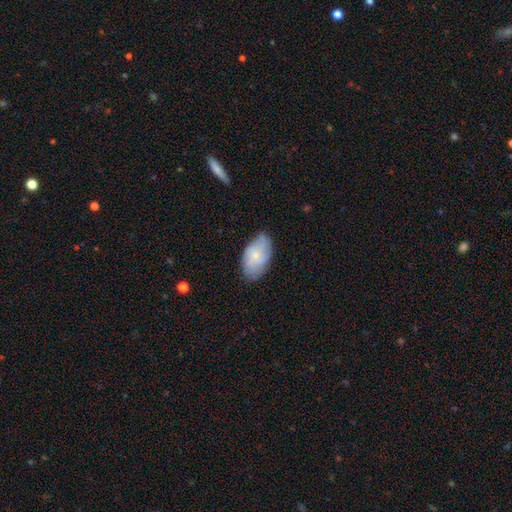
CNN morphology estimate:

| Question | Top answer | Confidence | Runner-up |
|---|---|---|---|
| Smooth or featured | smooth | 68% | featured or disk (26%) |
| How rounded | in between | 94% | round (4%) |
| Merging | none | 70% | minor disturbance (24%) |